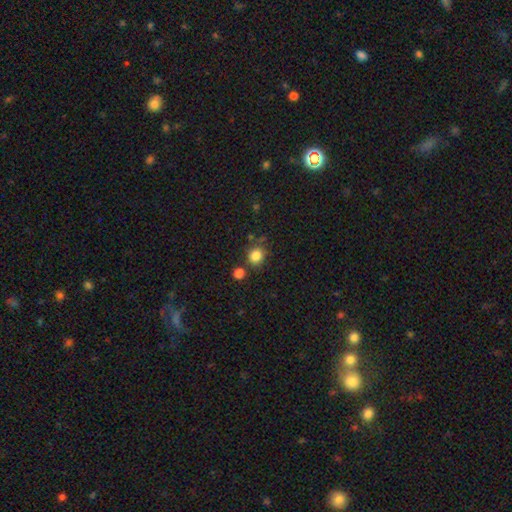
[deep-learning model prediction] smooth-or-featured: smooth: 83% | star or artifact: 12% | featured or disk: 5%
  how-rounded: round: 82% | in between: 17% | cigar-shaped: 1%
  merging: none: 74% | minor disturbance: 12% | merger: 11% | major disturbance: 4%